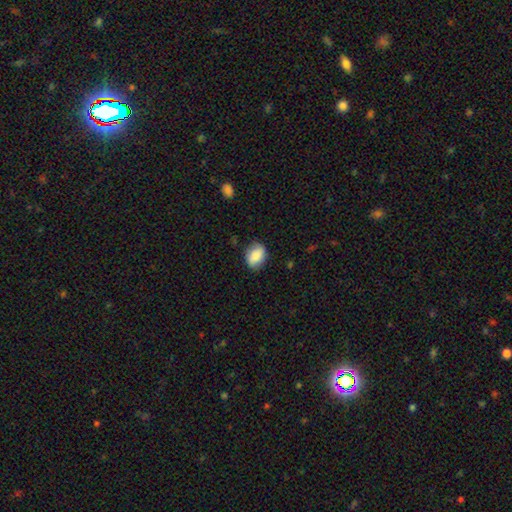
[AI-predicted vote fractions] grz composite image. It shows a smooth galaxy with no disk features (82%) that is in between round and cigar-shaped (71%). Merging: none (78%).